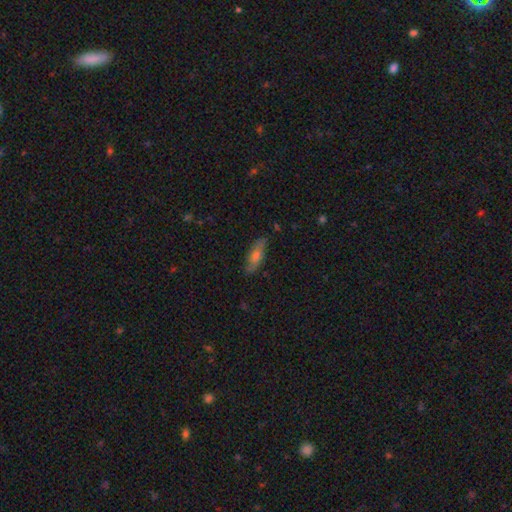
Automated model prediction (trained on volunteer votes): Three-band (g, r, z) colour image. It shows a smooth galaxy with no disk features (52%) that is in between round and cigar-shaped (50%). Merging: none (80%).